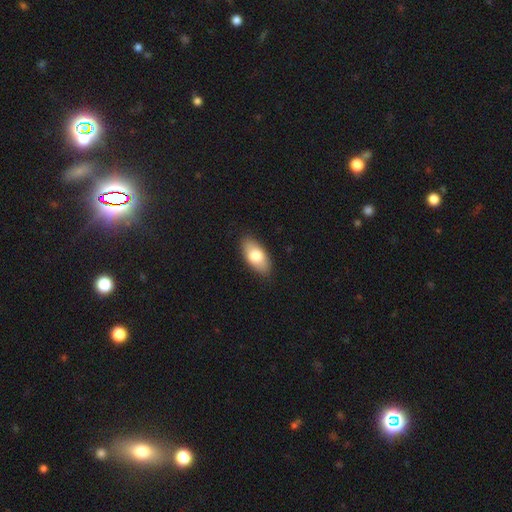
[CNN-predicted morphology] Smooth or featured: smooth — 77% (featured or disk — 17%)
How rounded: in between — 91% (cigar-shaped — 6%)
Merging: none — 87% (minor disturbance — 10%)